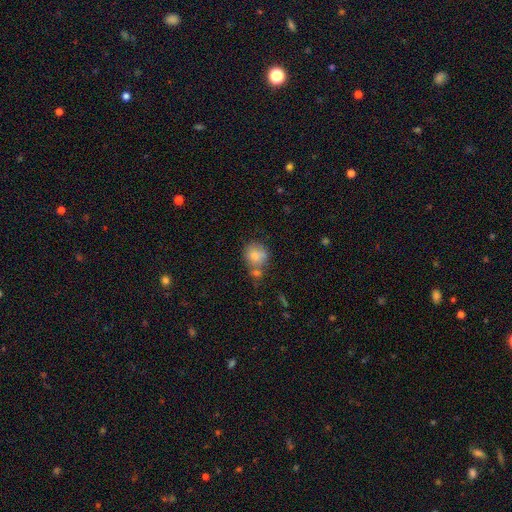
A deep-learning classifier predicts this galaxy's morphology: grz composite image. It shows a smooth galaxy with no disk features (76%) that is round (77%). Merging: none (48%).